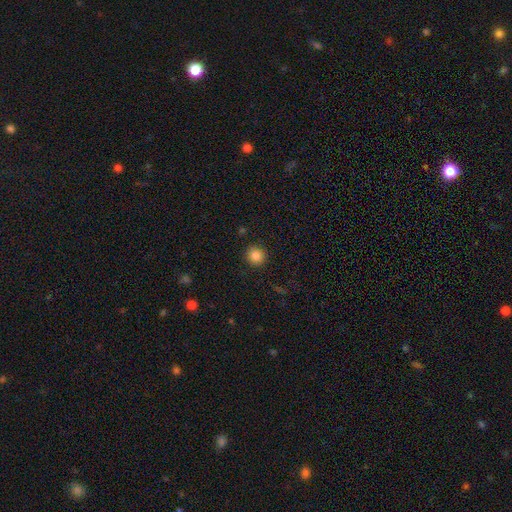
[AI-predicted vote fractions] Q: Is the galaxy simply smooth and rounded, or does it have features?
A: smooth — 84%.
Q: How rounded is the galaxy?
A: round — 93%.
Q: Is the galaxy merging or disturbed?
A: none — 91%.